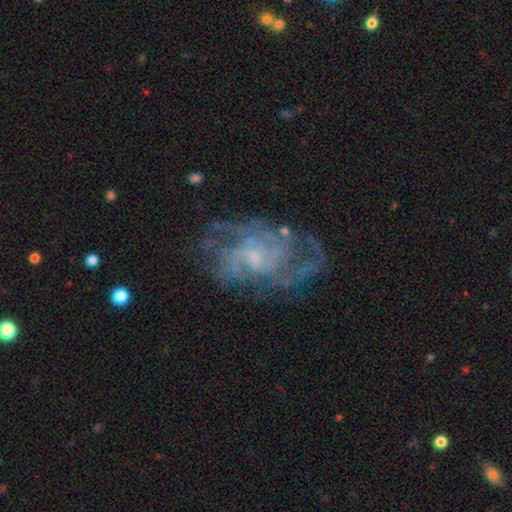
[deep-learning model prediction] This appears to be a featured or disk galaxy (84%) with no bar (55%), medium (44%) spiral arms (91%) and a small central bulge (60%). Merging: none (62%).